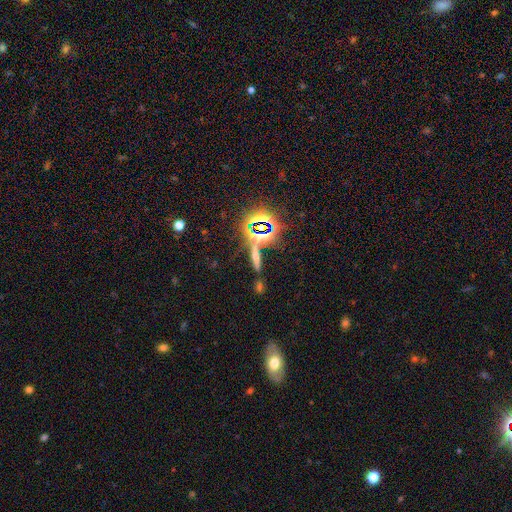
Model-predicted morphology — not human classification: smooth-or-featured: star or artifact: 44% | smooth: 34% | featured or disk: 22%